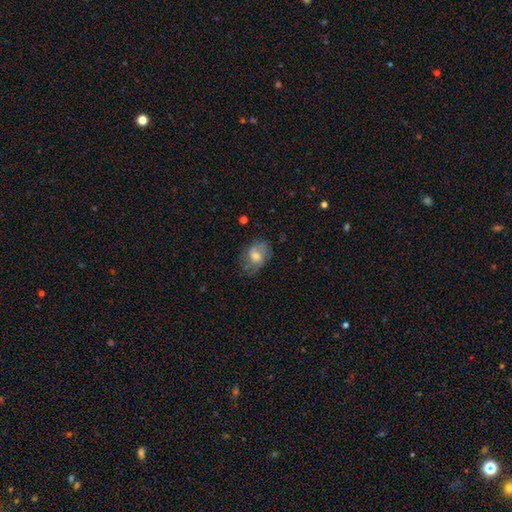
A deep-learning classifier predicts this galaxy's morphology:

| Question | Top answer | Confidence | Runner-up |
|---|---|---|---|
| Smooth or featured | smooth | 57% | featured or disk (35%) |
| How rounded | in between | 73% | round (26%) |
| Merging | none | 58% | minor disturbance (27%) |